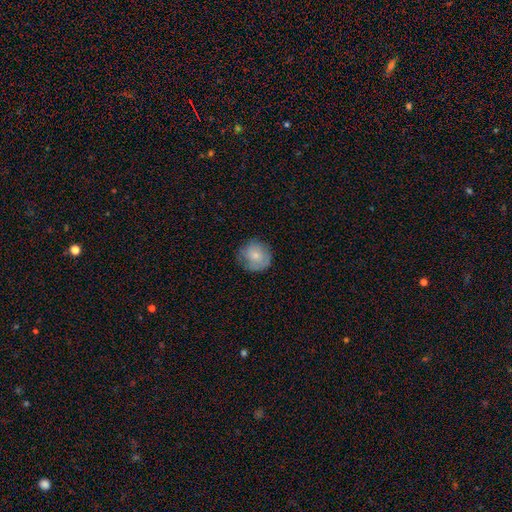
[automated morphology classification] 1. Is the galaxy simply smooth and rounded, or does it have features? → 74% smooth, 18% featured or disk, 7% star or artifact.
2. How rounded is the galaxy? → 91% round, 8% in between, 1% cigar-shaped.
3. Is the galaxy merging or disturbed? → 74% none, 20% minor disturbance, 5% major disturbance, 1% merger.